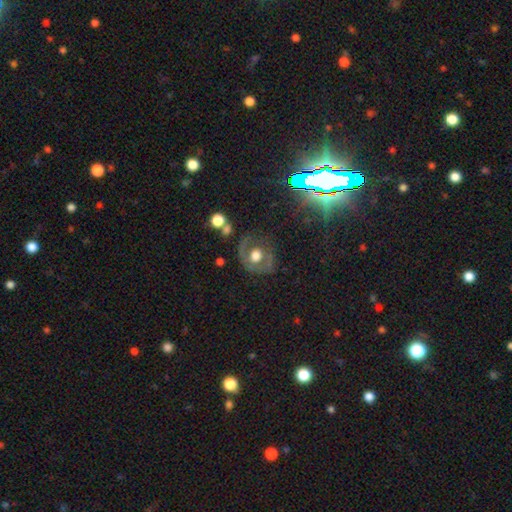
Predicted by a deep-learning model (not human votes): featured or disk 55%, smooth 35%, star or artifact 10%. Down the decision tree: edge-on disk — no (95%); bar — no (82%); spiral arms — no (64%); bulge size — large (50%); merging — none (64%).